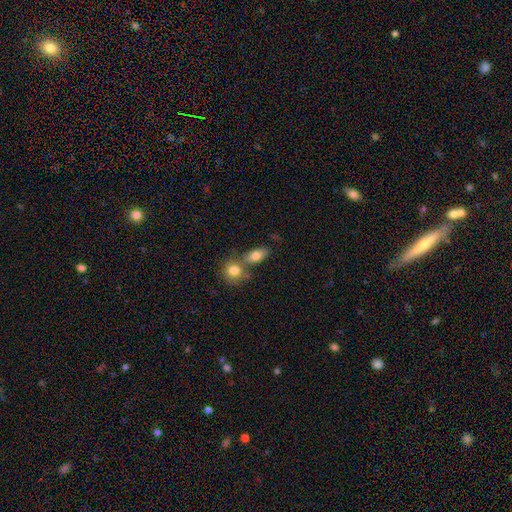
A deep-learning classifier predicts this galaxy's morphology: This is clearly a smooth galaxy (80%). How rounded: clearly in between (82%). Merging: possibly none (47%).